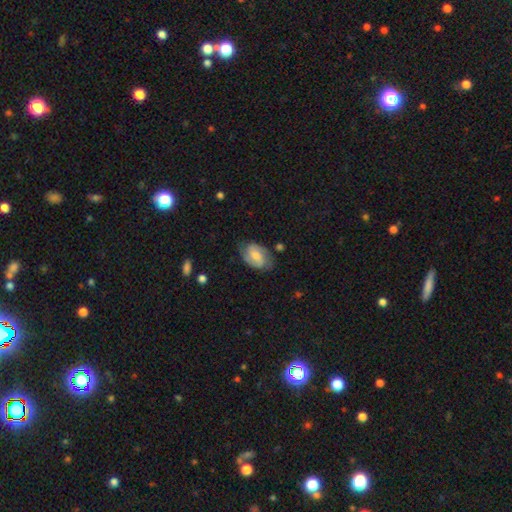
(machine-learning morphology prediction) smooth-or-featured: featured or disk: 59% | smooth: 34% | star or artifact: 7%
  disk-edge-on: no: 96% | yes: 4%
    bar: weak: 47% | no: 36% | strong: 17%
    has-spiral-arms: yes: 90% | no: 10%
      spiral-winding: medium: 44% | tight: 39% | loose: 17%
      spiral-arm-count: 2: 82% | can't tell: 11% | 1: 3% | 3: 2% | 4: 1% | more than 4: 1%
    bulge-size: moderate: 40% | small: 35% | none: 13% | large: 10% | dominant: 2%
  merging: none: 71% | minor disturbance: 20% | major disturbance: 7% | merger: 2%